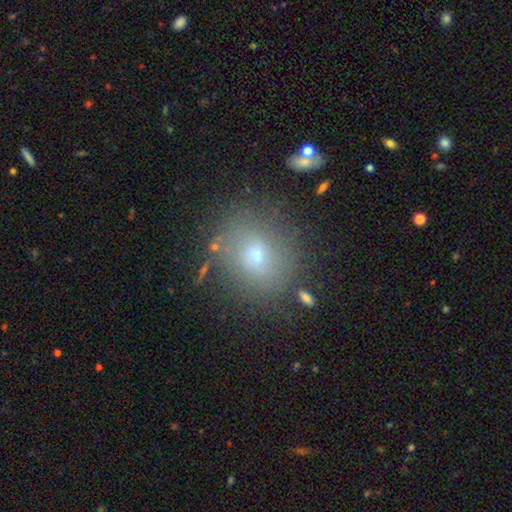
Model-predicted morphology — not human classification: Smooth or featured: smooth — 63% (featured or disk — 21%)
How rounded: round — 71% (in between — 27%)
Merging: none — 74% (minor disturbance — 15%)